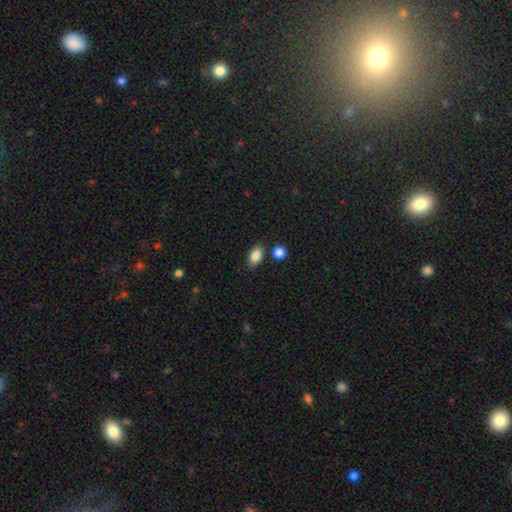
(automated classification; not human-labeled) This is clearly a smooth galaxy (87%). How rounded: clearly in between (88%). Merging: likely none (79%).